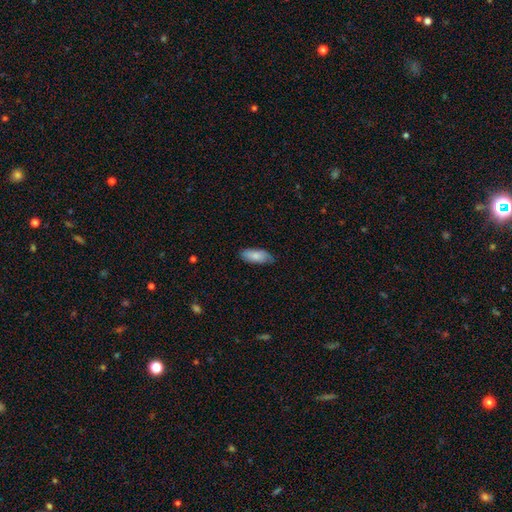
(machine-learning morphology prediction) Smooth or featured?
  - smooth: 83% *
  - featured or disk: 12%
  - star or artifact: 6%
How rounded?
  - in between: 82% *
  - cigar-shaped: 16%
  - round: 2%
Merging?
  - none: 77% *
  - minor disturbance: 19%
  - major disturbance: 3%
  - merger: 1%